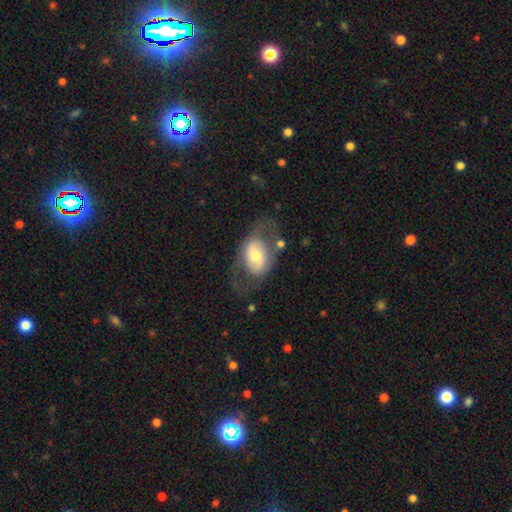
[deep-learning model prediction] Smooth or featured? Predicted: featured or disk (p=0.48). Merging? Predicted: none (p=0.57).